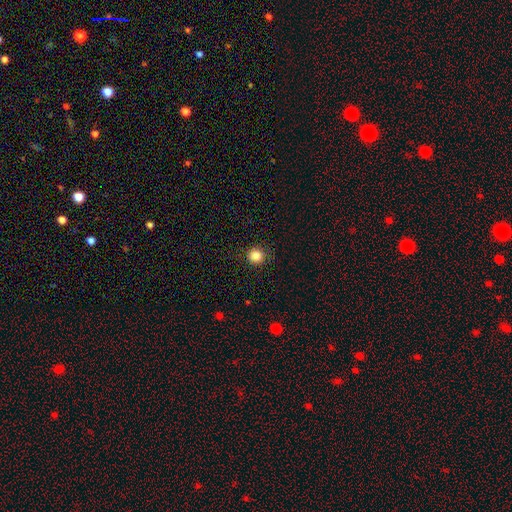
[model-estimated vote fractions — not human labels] The model was most divided on "smooth or featured": smooth: 85%, star or artifact: 11%, featured or disk: 3%. More confident: how rounded — round (92%); merging — none (89%).